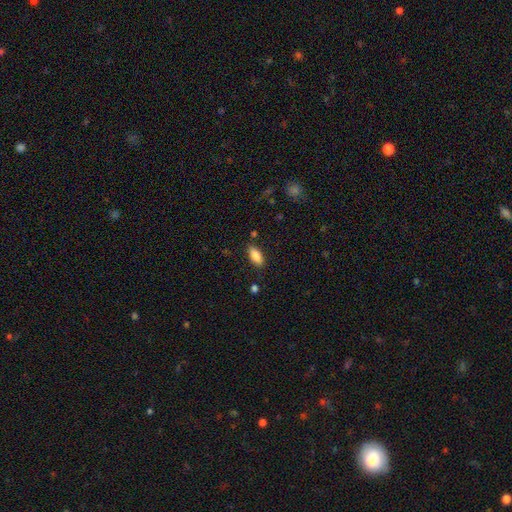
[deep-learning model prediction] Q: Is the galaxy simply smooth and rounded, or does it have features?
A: smooth — 85%.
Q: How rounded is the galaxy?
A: in between — 86%.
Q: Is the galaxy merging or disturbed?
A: none — 85%.